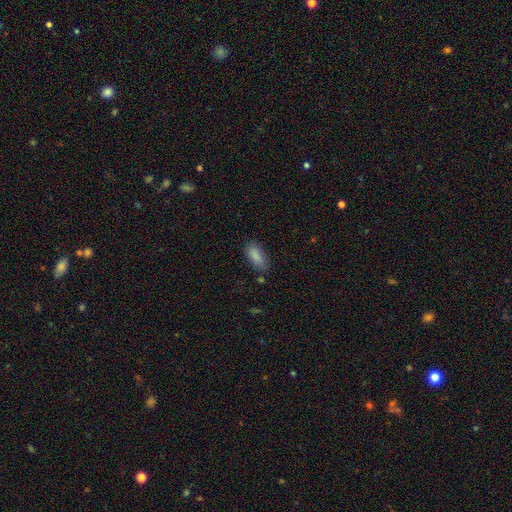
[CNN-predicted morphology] A smooth galaxy with no disk features (87%) that is in between round and cigar-shaped (84%).

Vote fractions:
- Smooth or featured? smooth: 87% / star or artifact: 7% / featured or disk: 6%
- How rounded? in between: 84% / cigar-shaped: 14% / round: 2%
- Merging? none: 76% / minor disturbance: 17% / major disturbance: 4% / merger: 3%